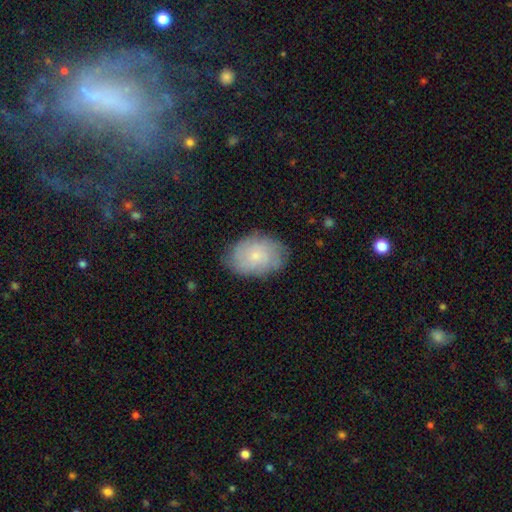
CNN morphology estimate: Smooth or featured?
  - smooth: 52% *
  - featured or disk: 40%
  - star or artifact: 9%
How rounded?
  - in between: 78% *
  - round: 21%
  - cigar-shaped: 1%
Merging?
  - none: 75% *
  - minor disturbance: 19%
  - major disturbance: 5%
  - merger: 1%